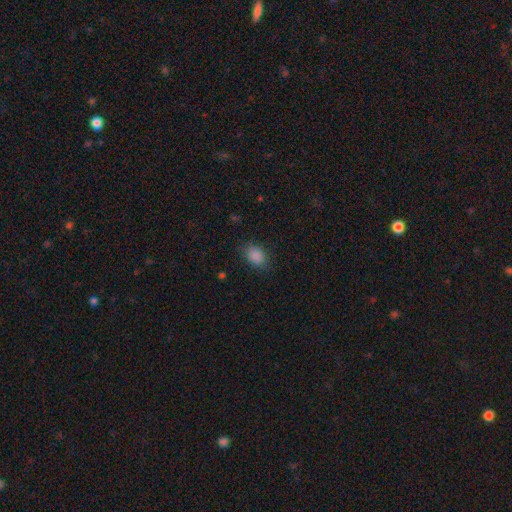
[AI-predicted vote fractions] Smooth or featured? smooth (87%)
How rounded? in between (73%)
Merging? none (81%)